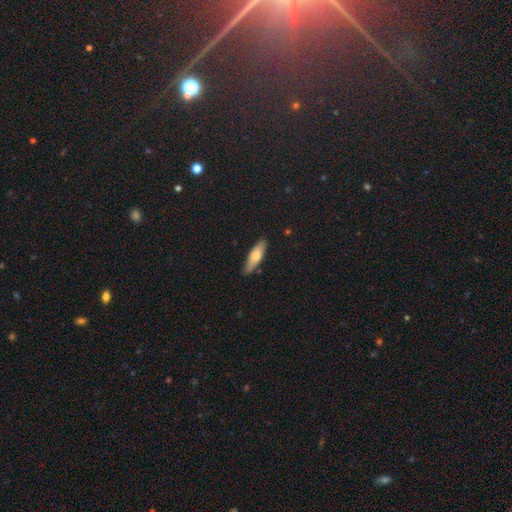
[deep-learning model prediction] Morphology: type=smooth (67%); roundness=cigar-shaped (53%); merging=none (84%).